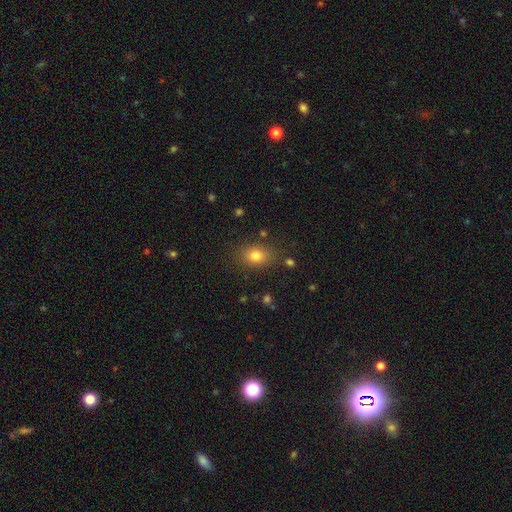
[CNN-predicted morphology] Smooth or featured: smooth — 80% (star or artifact — 12%)
How rounded: in between — 60% (round — 39%)
Merging: none — 81% (minor disturbance — 12%)